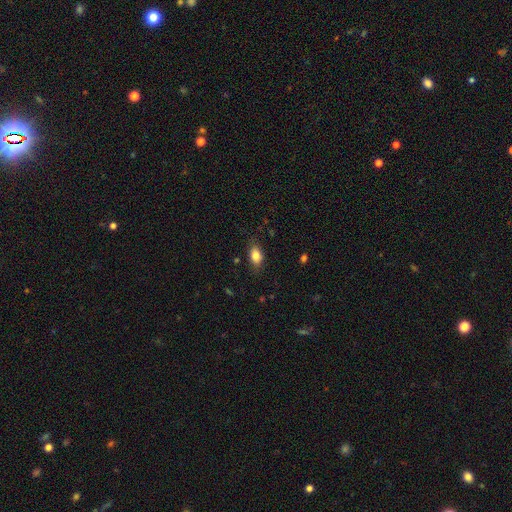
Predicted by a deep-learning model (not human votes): smooth 82%, featured or disk 10%, star or artifact 8%. Down the decision tree: how rounded — in between (84%); merging — none (81%).